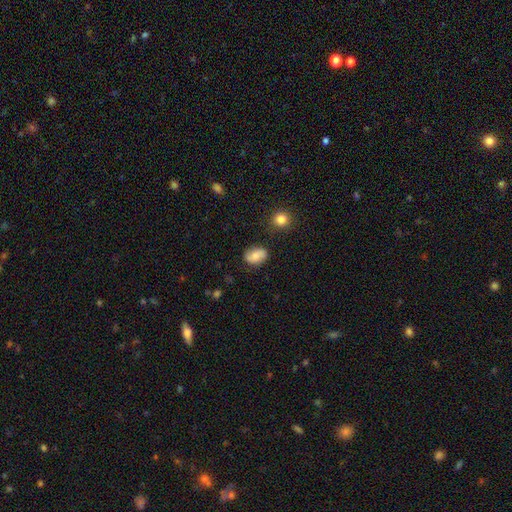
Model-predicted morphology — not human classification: type=smooth (62%); roundness=in between (77%); merging=none (78%).